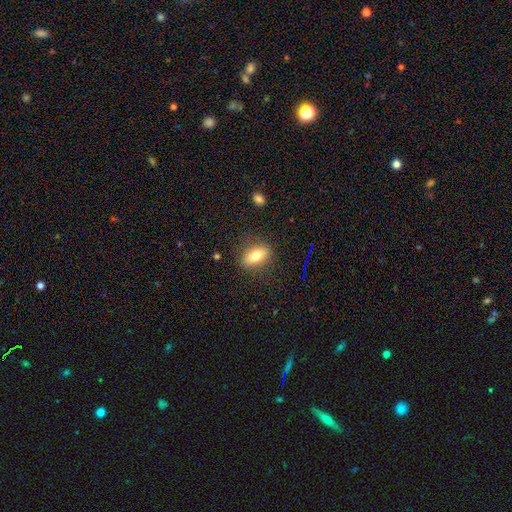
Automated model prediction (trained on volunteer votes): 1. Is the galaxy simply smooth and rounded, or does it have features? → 73% smooth, 18% featured or disk, 9% star or artifact.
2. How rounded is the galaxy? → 79% in between, 12% round, 9% cigar-shaped.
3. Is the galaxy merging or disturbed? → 82% none, 13% minor disturbance, 4% major disturbance, 1% merger.